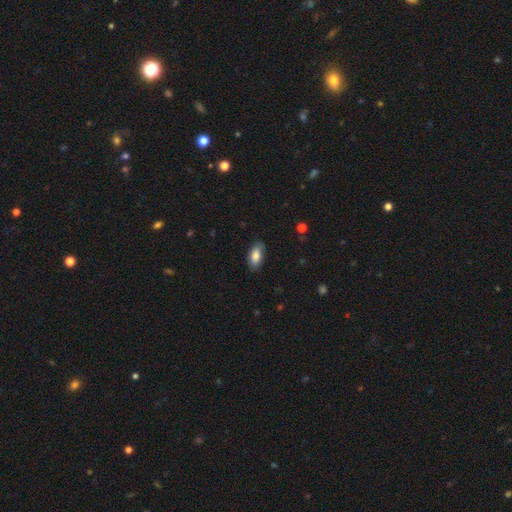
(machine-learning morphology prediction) smooth_or_featured: smooth (p=0.82) [alt: featured or disk p=0.12]
how_rounded: in between (p=0.89) [alt: cigar-shaped p=0.08]
merging: none (p=0.83) [alt: minor disturbance p=0.13]